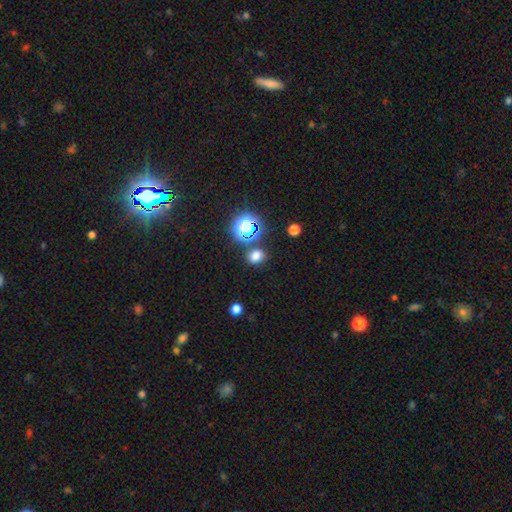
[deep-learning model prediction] Smooth or featured? smooth (71%)
How rounded? round (54%)
Merging? none (79%)